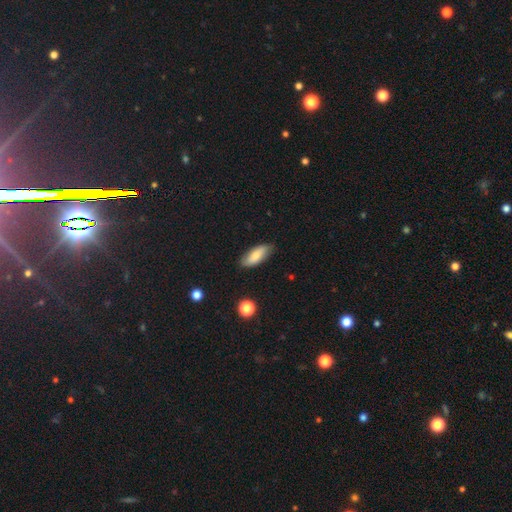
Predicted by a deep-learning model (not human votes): A smooth galaxy with no disk features (72%) that is in between round and cigar-shaped (80%). Merging: none (81%).